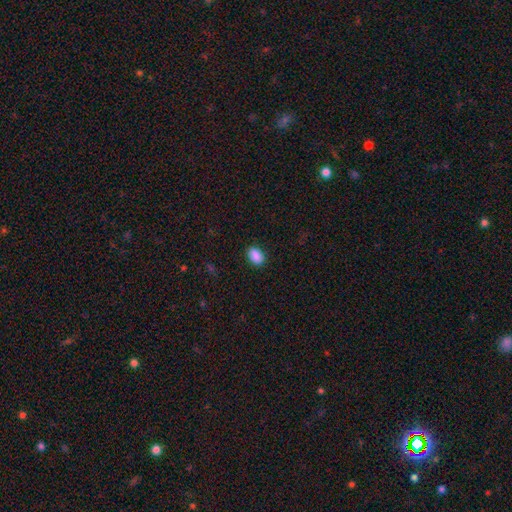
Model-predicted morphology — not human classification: smooth_or_featured: smooth (p=0.90) [alt: star or artifact p=0.08]
how_rounded: in between (p=0.86) [alt: round p=0.13]
merging: none (p=0.88) [alt: minor disturbance p=0.09]